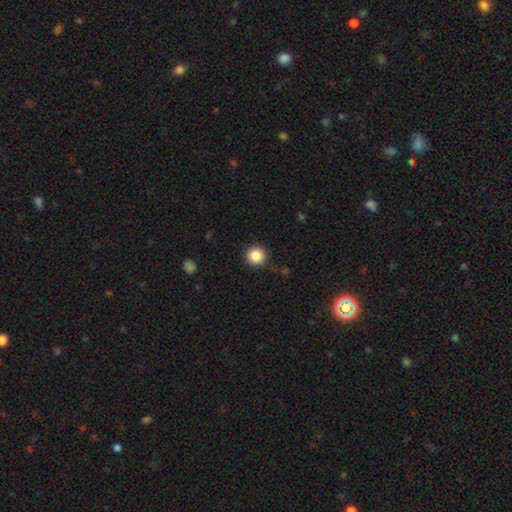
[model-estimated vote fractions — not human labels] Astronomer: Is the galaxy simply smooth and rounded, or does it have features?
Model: smooth — 87%.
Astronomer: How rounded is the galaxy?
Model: round — 95%.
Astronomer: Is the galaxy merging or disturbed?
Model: none — 90%.